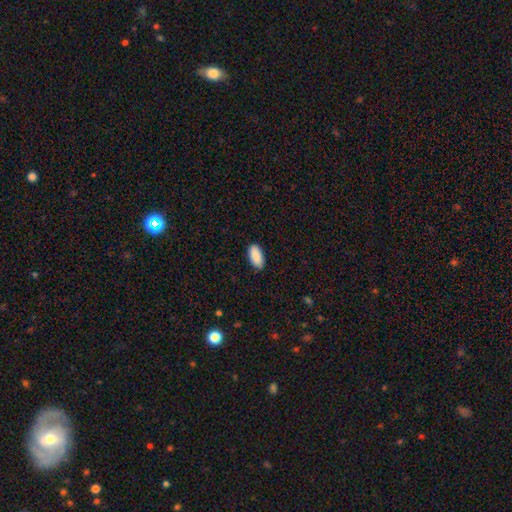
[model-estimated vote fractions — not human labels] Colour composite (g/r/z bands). It shows a smooth galaxy with no disk features (90%) that is in between round and cigar-shaped (93%). Merging: none (86%).